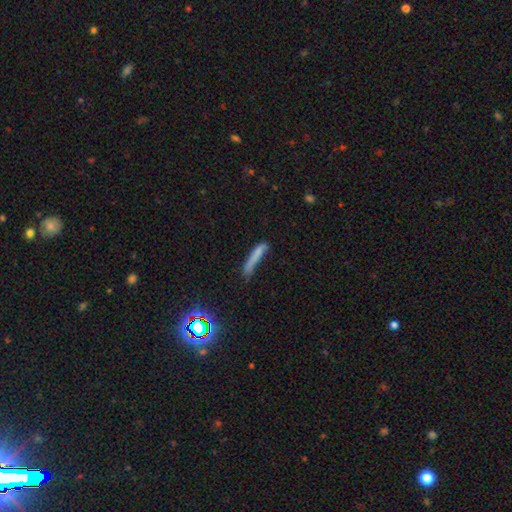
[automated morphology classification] Overall: smooth (72%). How rounded: cigar-shaped (92%). Merging: none (54%; minor disturbance 27%).